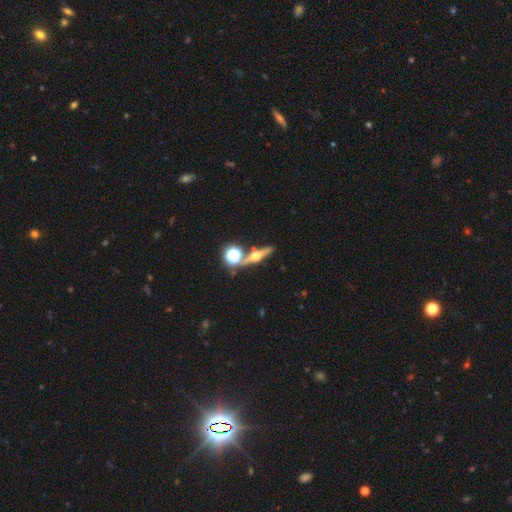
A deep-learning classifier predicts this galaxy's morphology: This appears to be a featured or disk galaxy (62%) viewed edge-on (91%) with a rounded central bulge (95%). Merging: none (76%).